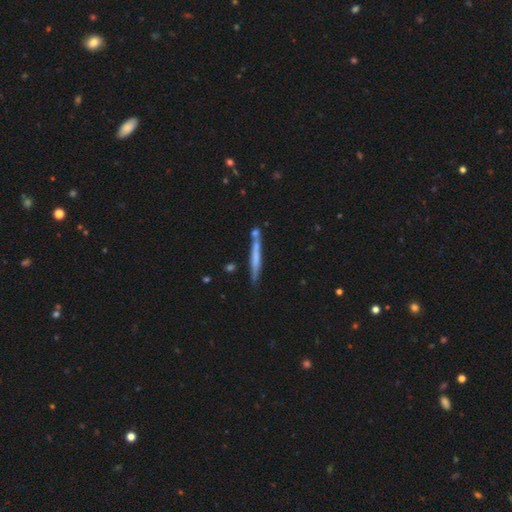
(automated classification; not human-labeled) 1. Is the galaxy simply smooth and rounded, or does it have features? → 50% smooth, 44% featured or disk, 6% star or artifact.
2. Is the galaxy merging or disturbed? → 75% none, 12% minor disturbance, 10% merger, 3% major disturbance.